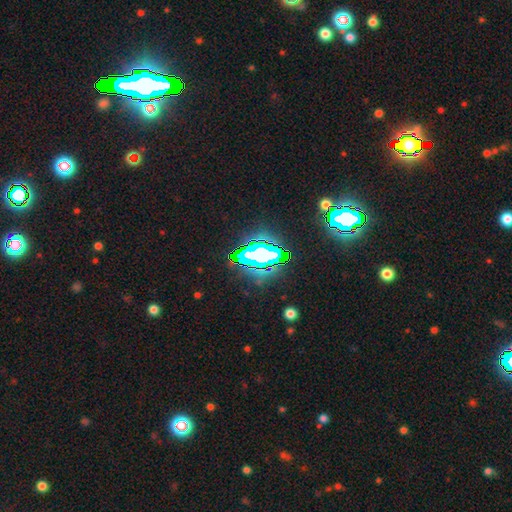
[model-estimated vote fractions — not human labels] Overall: star or artifact (74%).